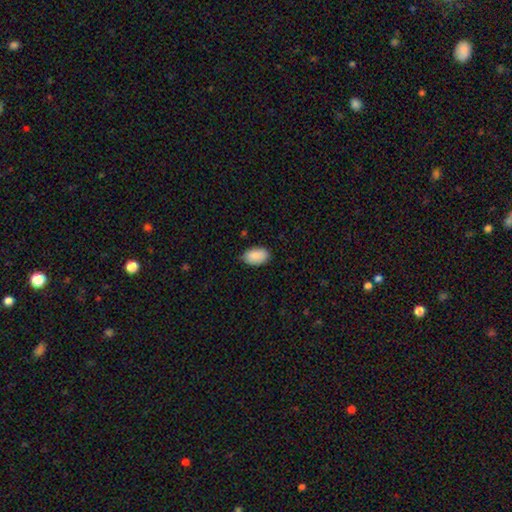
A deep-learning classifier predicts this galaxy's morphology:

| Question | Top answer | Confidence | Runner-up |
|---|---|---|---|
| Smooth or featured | smooth | 89% | star or artifact (7%) |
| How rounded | in between | 92% | round (6%) |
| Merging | none | 79% | minor disturbance (17%) |